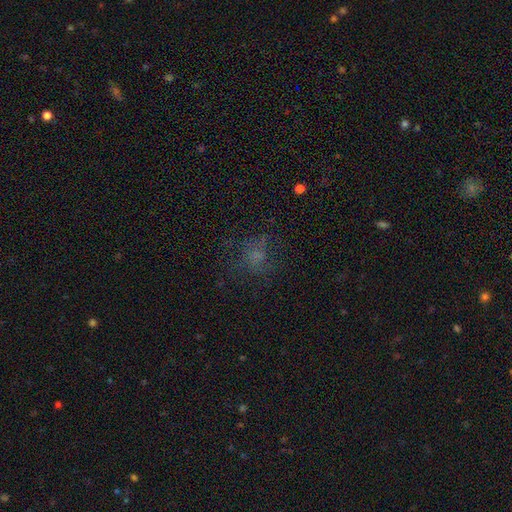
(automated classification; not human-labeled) Overall: smooth (48%; star or artifact 27%). Merging: none (57%; major disturbance 23%).